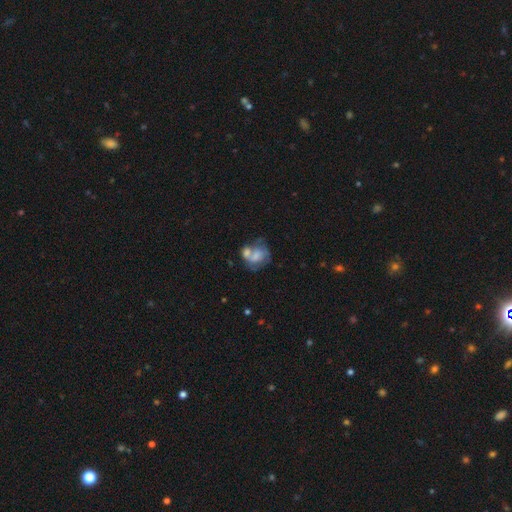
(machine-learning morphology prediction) smooth_or_featured: featured or disk (p=0.53) [alt: smooth p=0.39]
disk_edge_on: no (p=0.98) [alt: yes p=0.02]
bar: no (p=0.71) [alt: weak p=0.24]
has_spiral_arms: yes (p=0.56) [alt: no p=0.44]
bulge_size: none (p=0.32) [alt: small p=0.29]
merging: merger (p=0.46) [alt: none p=0.24]